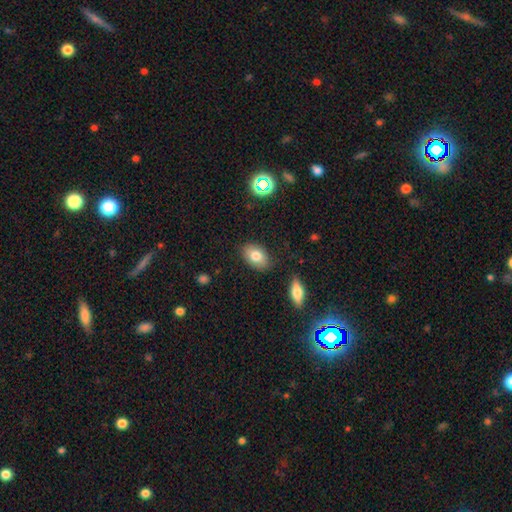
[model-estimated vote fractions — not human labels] Smooth or featured? smooth (78%)
How rounded? in between (84%)
Merging? none (83%)